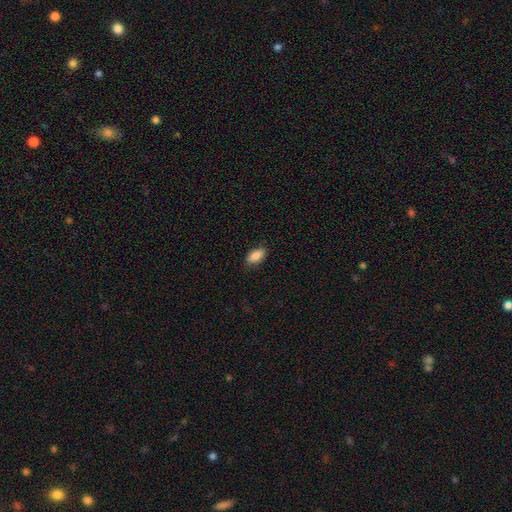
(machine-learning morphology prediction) This appears to be a smooth galaxy with no disk features (87%) that is in between round and cigar-shaped (92%). Merging: none (84%).